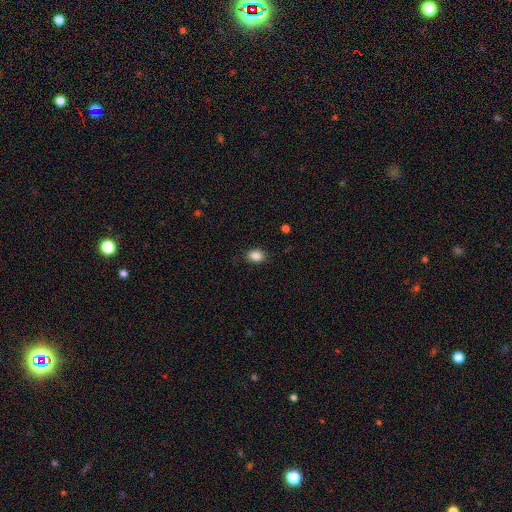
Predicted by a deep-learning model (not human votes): smooth-or-featured: smooth: 87% | star or artifact: 9% | featured or disk: 4%
  how-rounded: in between: 72% | round: 27% | cigar-shaped: 1%
  merging: none: 84% | minor disturbance: 12% | major disturbance: 3% | merger: 1%